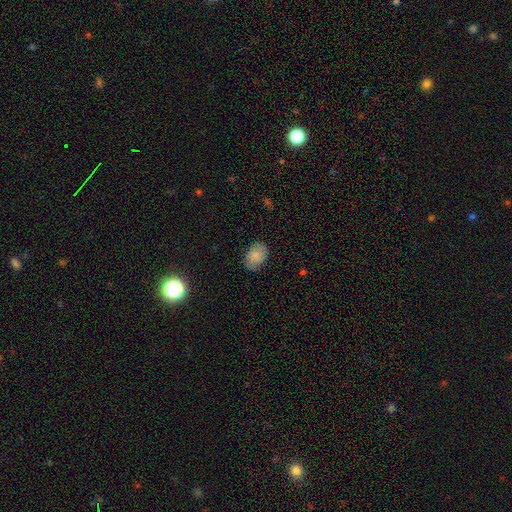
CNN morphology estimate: A smooth galaxy with no disk features (79%) that is in between round and cigar-shaped (81%).

Vote fractions:
- Smooth or featured? smooth: 79% / featured or disk: 13% / star or artifact: 8%
- How rounded? in between: 81% / round: 18% / cigar-shaped: 1%
- Merging? none: 78% / minor disturbance: 17% / major disturbance: 4% / merger: 1%